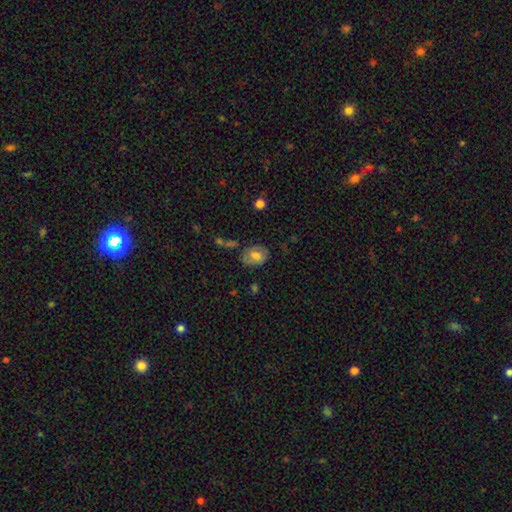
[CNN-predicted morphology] smooth-or-featured: smooth: 65% | featured or disk: 26% | star or artifact: 8%
  how-rounded: in between: 67% | round: 31% | cigar-shaped: 1%
  merging: none: 65% | minor disturbance: 22% | major disturbance: 9% | merger: 4%